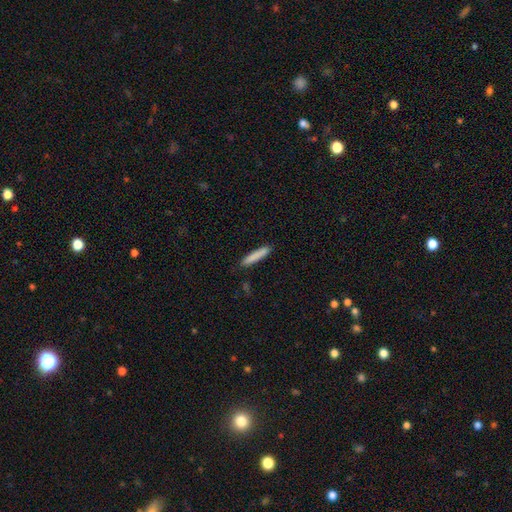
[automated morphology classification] Smooth or featured? smooth (85%)
How rounded? cigar-shaped (92%)
Merging? none (89%)